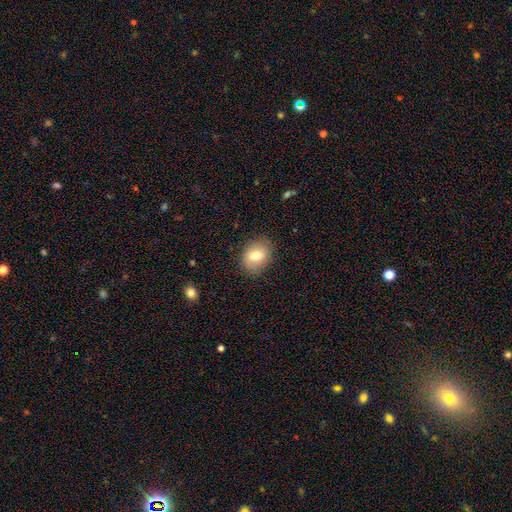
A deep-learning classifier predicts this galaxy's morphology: A smooth galaxy with no disk features (77%) that is in between round and cigar-shaped (56%).

Vote fractions:
- Smooth or featured? smooth: 77% / featured or disk: 14% / star or artifact: 9%
- How rounded? in between: 56% / round: 43% / cigar-shaped: 1%
- Merging? none: 85% / minor disturbance: 11% / major disturbance: 3% / merger: 1%